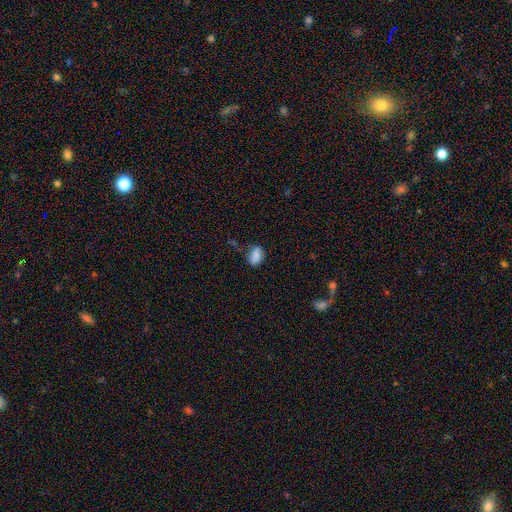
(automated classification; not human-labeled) smooth 84%, star or artifact 9%, featured or disk 7%. Down the decision tree: how rounded — in between (86%); merging — none (69%).